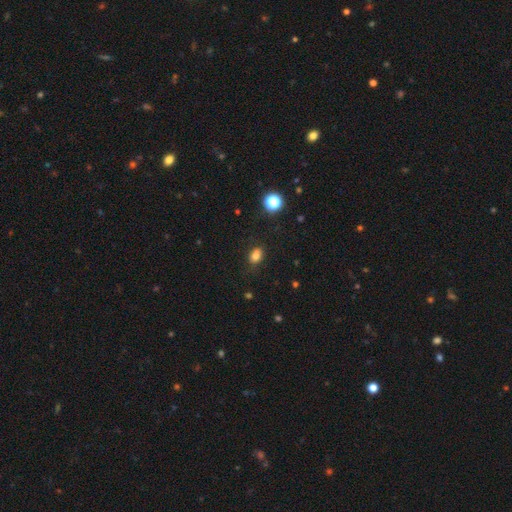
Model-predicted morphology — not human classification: Smooth or featured? Predicted: smooth (p=0.81). How rounded? Predicted: in between (p=0.73). Merging? Predicted: none (p=0.78).